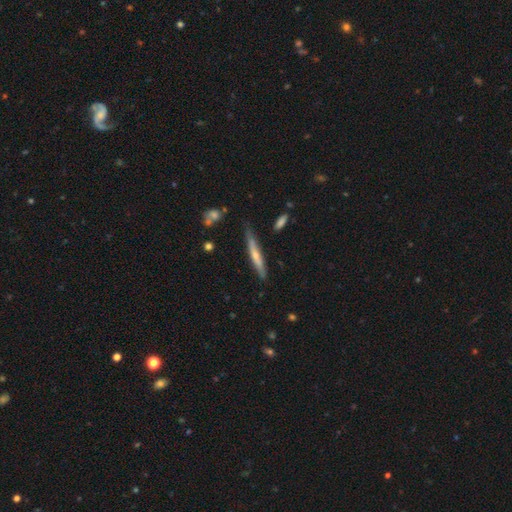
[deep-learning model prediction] A smooth galaxy with no disk features (47%, tied with featured or disk). Merging: none (77%).